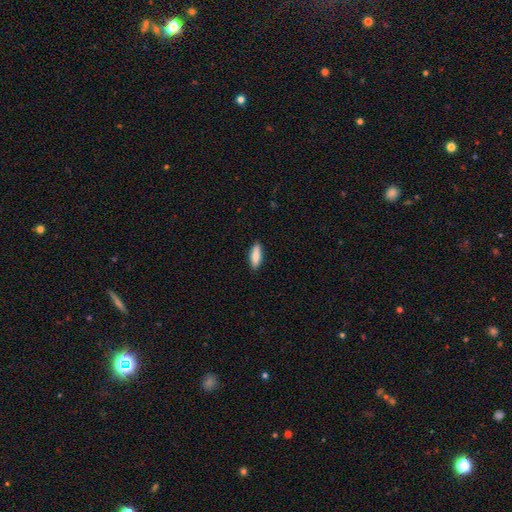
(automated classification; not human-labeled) Smooth or featured? Predicted: smooth (p=0.86). How rounded? Predicted: in between (p=0.50). Merging? Predicted: none (p=0.88).